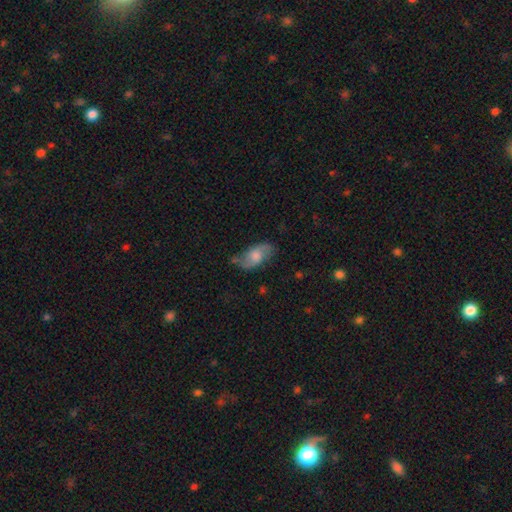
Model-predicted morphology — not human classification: This appears to be a smooth galaxy with no disk features (51%) that is in between round and cigar-shaped (89%). Merging: none (61%).